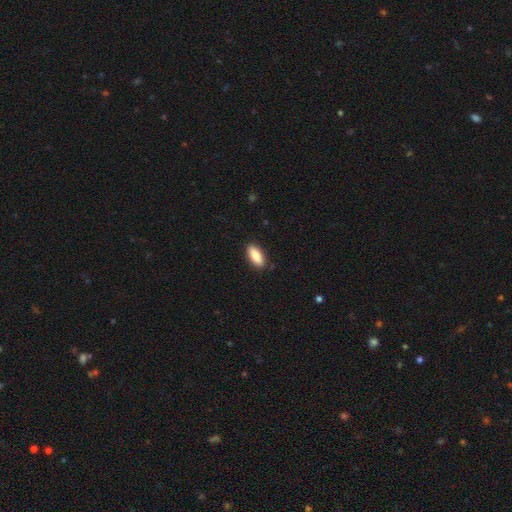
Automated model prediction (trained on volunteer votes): Smooth or featured? Predicted: smooth (p=0.88). How rounded? Predicted: in between (p=0.78). Merging? Predicted: none (p=0.88).